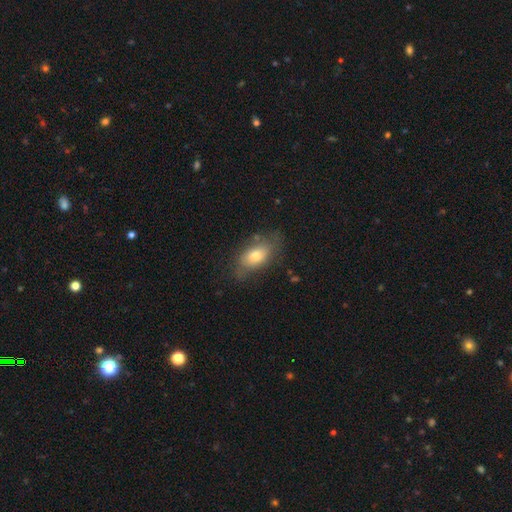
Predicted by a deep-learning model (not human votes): smooth 70%, featured or disk 22%, star or artifact 8%. Down the decision tree: how rounded — in between (88%); merging — none (67%).